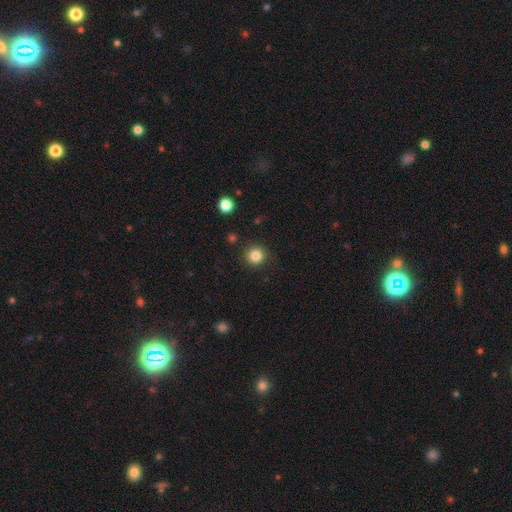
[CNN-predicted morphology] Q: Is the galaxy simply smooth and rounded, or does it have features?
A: smooth — 84%.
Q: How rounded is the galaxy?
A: round — 93%.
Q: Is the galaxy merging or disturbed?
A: none — 86%.